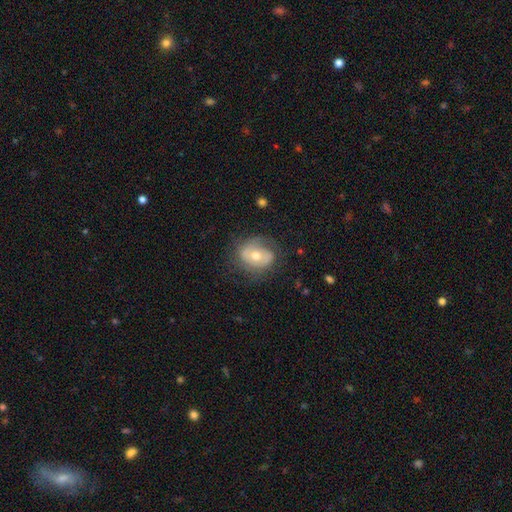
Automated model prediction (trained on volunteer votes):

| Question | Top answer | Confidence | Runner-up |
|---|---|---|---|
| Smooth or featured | featured or disk | 51% | smooth (40%) |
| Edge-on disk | no | 95% | yes (5%) |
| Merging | none | 62% | minor disturbance (23%) |